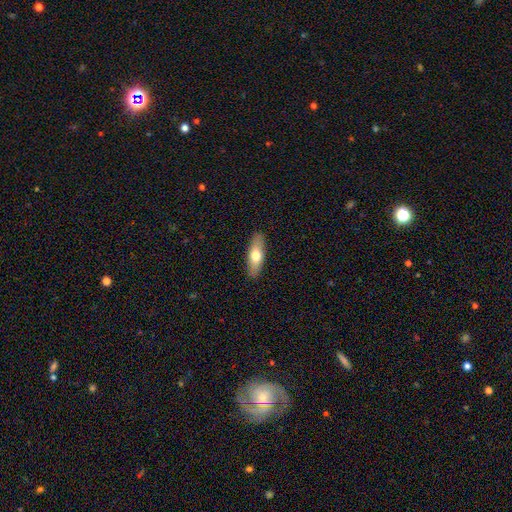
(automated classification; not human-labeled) The model was most divided on "how rounded": in between: 58%, cigar-shaped: 39%, round: 3%. More confident: merging — none (88%); smooth or featured — smooth (66%).